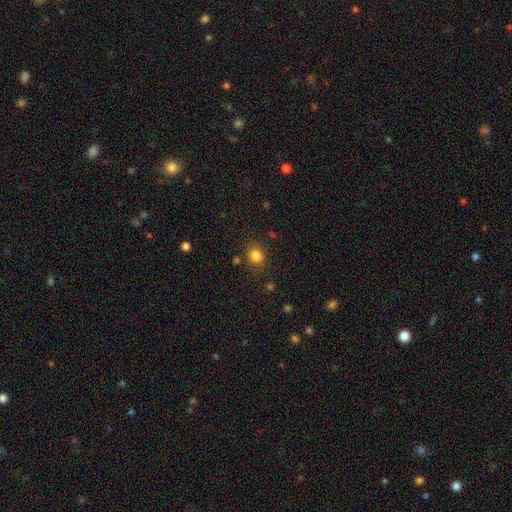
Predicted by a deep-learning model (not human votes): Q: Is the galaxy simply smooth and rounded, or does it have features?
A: smooth — 83%.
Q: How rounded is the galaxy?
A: round — 72%.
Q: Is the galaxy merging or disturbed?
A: none — 83%.